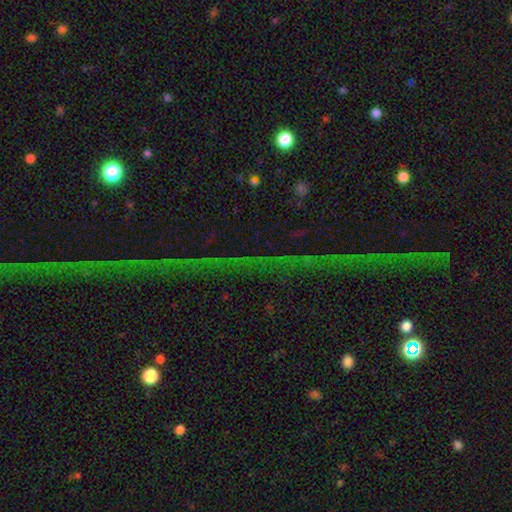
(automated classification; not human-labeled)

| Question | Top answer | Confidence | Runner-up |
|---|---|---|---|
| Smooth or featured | star or artifact | 74% | featured or disk (14%) |